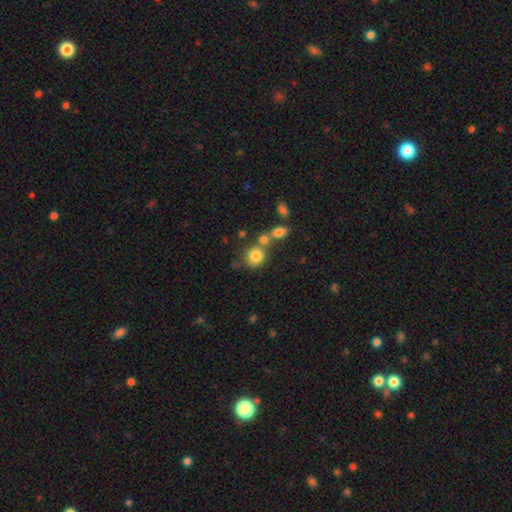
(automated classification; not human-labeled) Smooth or featured: smooth — 81% (star or artifact — 10%)
How rounded: round — 81% (in between — 17%)
Merging: none — 55% (merger — 31%)